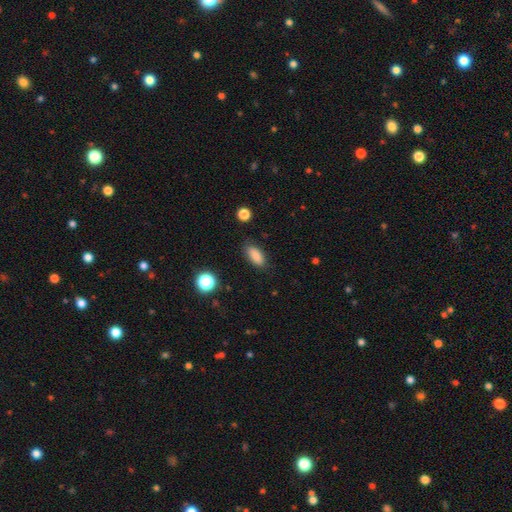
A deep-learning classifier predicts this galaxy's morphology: The model was most divided on "merging": none: 83%, minor disturbance: 12%, major disturbance: 3%, merger: 2%. More confident: smooth or featured — smooth (85%); how rounded — in between (84%).